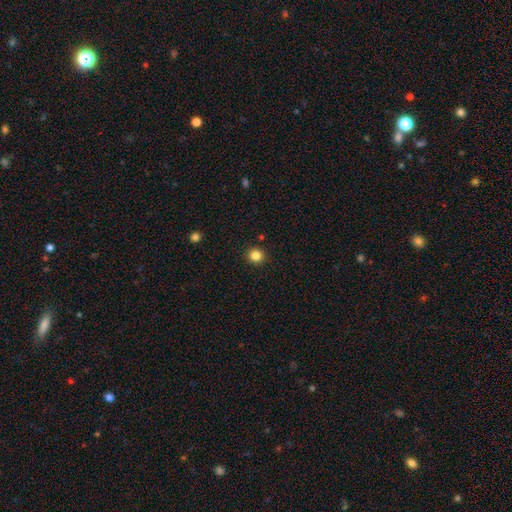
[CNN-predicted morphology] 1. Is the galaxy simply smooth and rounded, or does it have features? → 84% smooth, 12% star or artifact, 4% featured or disk.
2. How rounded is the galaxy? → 91% round, 8% in between, 1% cigar-shaped.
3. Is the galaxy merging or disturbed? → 92% none, 5% minor disturbance, 2% major disturbance, 1% merger.